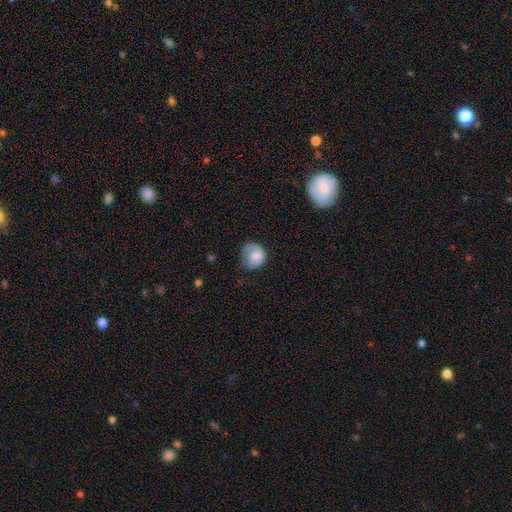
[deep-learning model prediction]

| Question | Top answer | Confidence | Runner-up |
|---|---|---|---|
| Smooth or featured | smooth | 69% | featured or disk (24%) |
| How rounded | round | 69% | in between (30%) |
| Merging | none | 42% | minor disturbance (35%) |